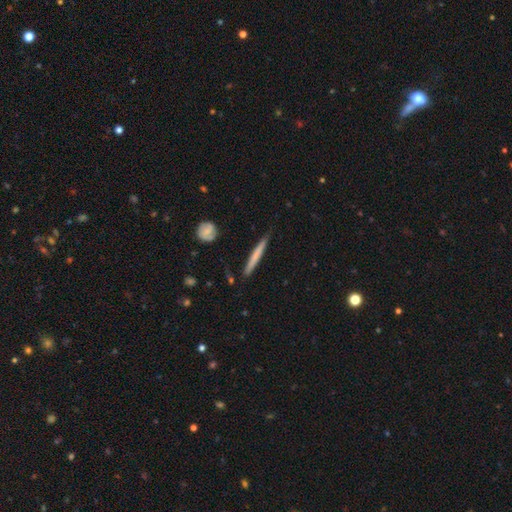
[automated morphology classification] type=smooth (59%); roundness=cigar-shaped (96%); merging=none (84%).